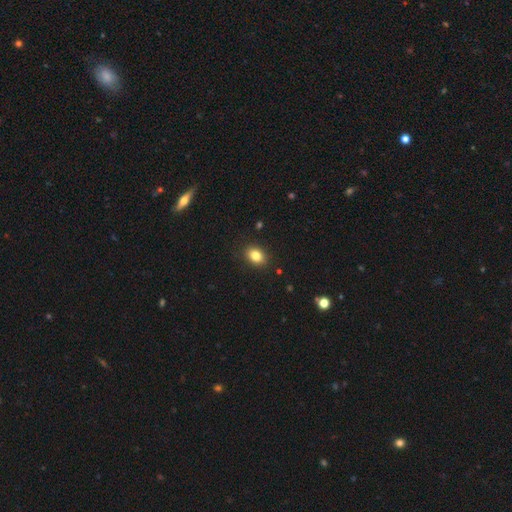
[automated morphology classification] This is clearly a smooth galaxy (83%). How rounded: likely in between (70%). Merging: clearly none (89%).